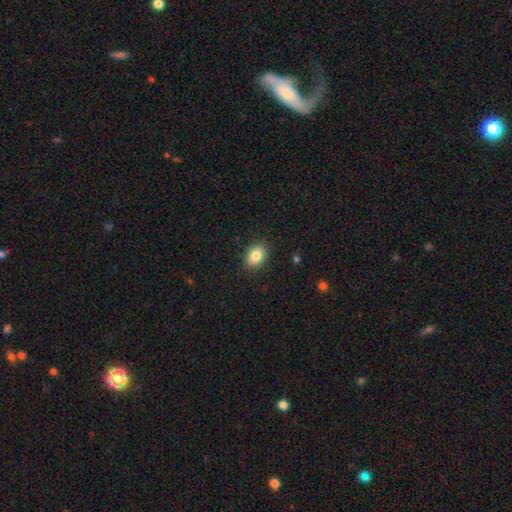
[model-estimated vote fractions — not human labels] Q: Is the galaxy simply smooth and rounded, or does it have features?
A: smooth — 85%.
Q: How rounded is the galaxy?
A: in between — 78%.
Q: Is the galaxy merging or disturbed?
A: none — 89%.